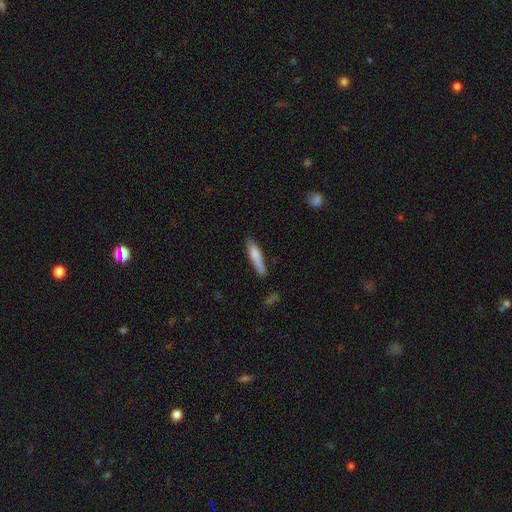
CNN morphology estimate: Q: Smooth or featured?
A: smooth (76%); runner-up: featured or disk (17%)
Q: How rounded?
A: cigar-shaped (84%); runner-up: in between (14%)
Q: Merging?
A: none (69%); runner-up: minor disturbance (22%)